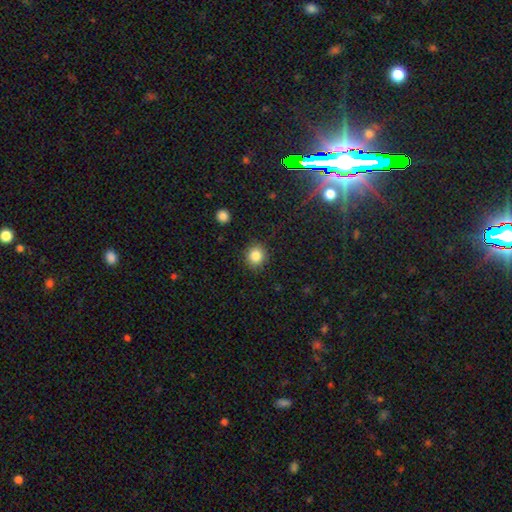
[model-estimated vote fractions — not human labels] Smooth or featured? Predicted: smooth (p=0.84). How rounded? Predicted: round (p=0.88). Merging? Predicted: none (p=0.89).